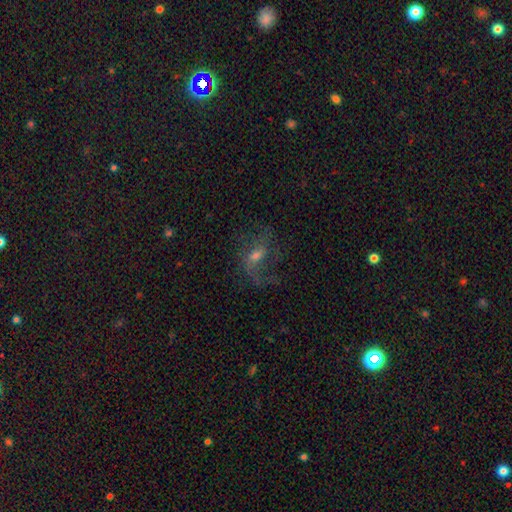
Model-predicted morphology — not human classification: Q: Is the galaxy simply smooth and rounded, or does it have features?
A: featured or disk — 61%.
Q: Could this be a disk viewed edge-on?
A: no — 94%.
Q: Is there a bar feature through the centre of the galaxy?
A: no — 45%.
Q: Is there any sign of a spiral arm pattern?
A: yes — 83%.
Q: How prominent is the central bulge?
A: moderate — 50%.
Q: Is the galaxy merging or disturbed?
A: none — 58%.